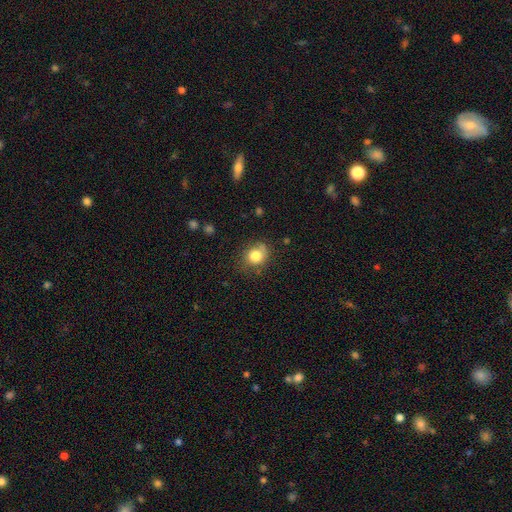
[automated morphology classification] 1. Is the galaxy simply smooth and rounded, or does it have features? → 80% smooth, 10% featured or disk, 10% star or artifact.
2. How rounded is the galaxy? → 70% round, 29% in between, 1% cigar-shaped.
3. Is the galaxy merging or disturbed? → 66% none, 24% minor disturbance, 8% major disturbance, 2% merger.